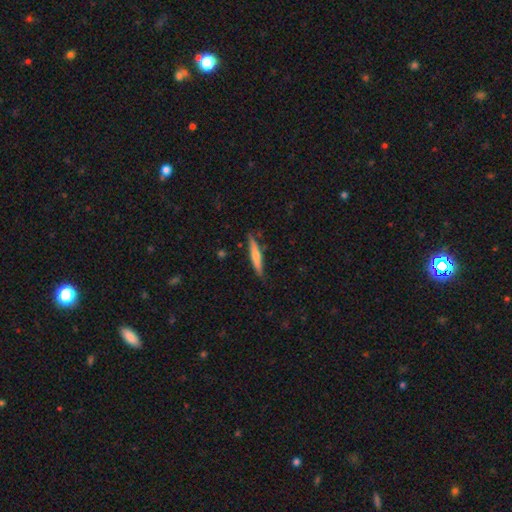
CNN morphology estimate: Smooth or featured? featured or disk (49%)
Merging? none (86%)